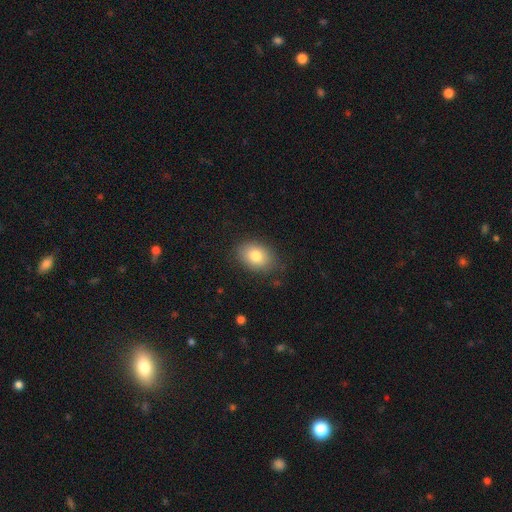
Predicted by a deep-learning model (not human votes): A smooth galaxy with no disk features (80%) that is in between round and cigar-shaped (72%). Merging: none (82%).